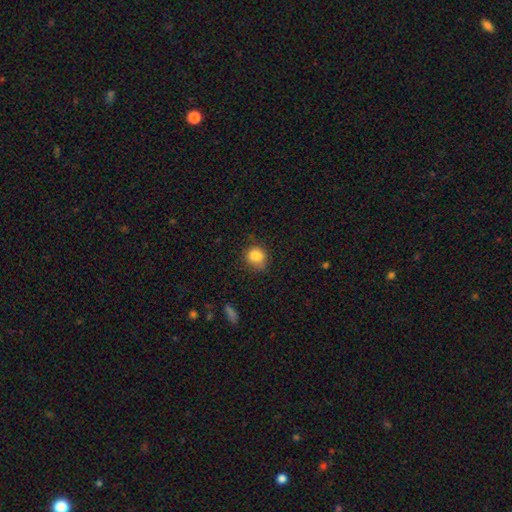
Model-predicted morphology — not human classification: This appears to be a smooth galaxy with no disk features (84%) that is round (70%). Merging: none (64%).